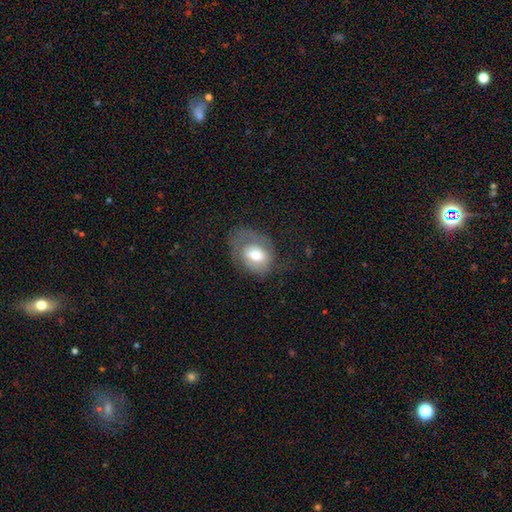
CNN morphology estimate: A smooth galaxy with no disk features (52%) that is in between round and cigar-shaped (63%).

Vote fractions:
- Smooth or featured? smooth: 52% / featured or disk: 40% / star or artifact: 8%
- How rounded? in between: 63% / round: 36% / cigar-shaped: 1%
- Merging? none: 40% / major disturbance: 32% / minor disturbance: 26% / merger: 2%